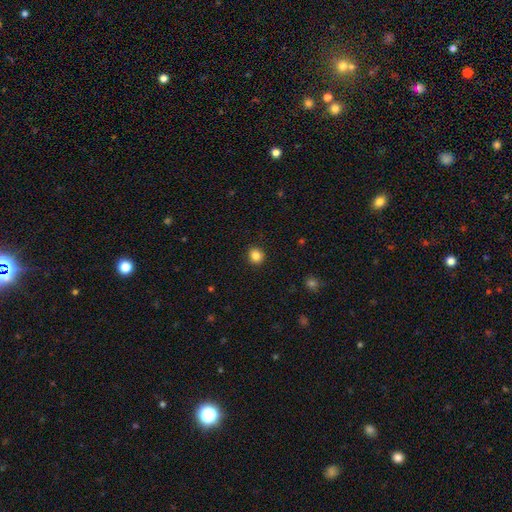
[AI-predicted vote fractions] Smooth or featured? smooth (85%)
How rounded? round (85%)
Merging? none (91%)